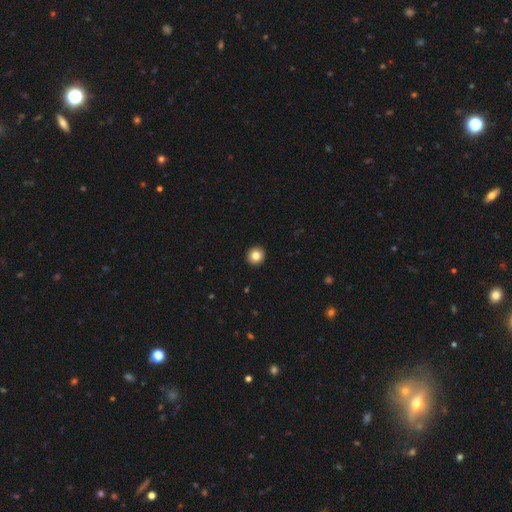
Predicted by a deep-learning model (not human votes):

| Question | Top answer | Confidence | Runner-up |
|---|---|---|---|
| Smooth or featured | smooth | 83% | star or artifact (10%) |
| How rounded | round | 95% | in between (4%) |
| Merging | none | 94% | minor disturbance (4%) |